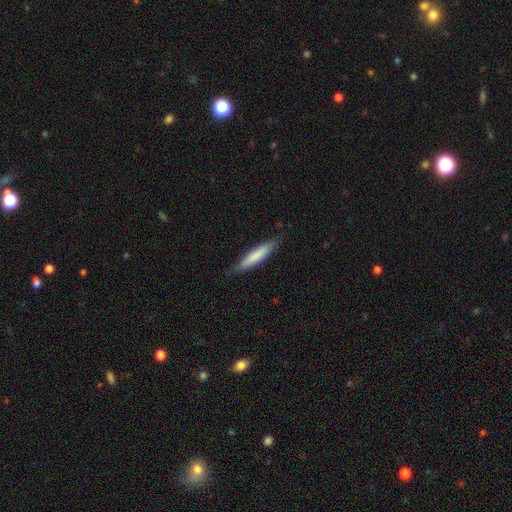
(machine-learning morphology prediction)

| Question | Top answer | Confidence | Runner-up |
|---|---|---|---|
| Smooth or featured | smooth | 77% | featured or disk (17%) |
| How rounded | cigar-shaped | 87% | in between (12%) |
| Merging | none | 84% | minor disturbance (13%) |